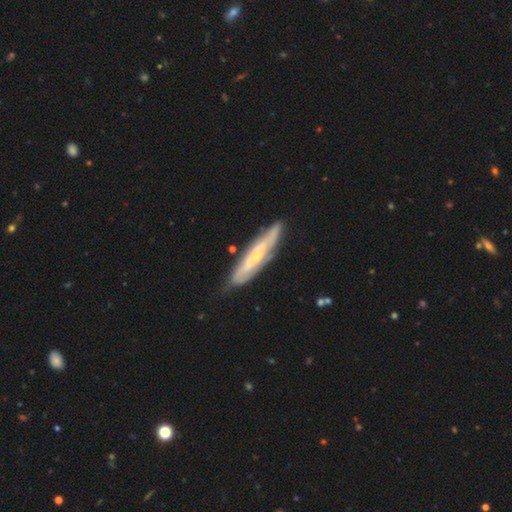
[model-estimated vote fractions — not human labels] Smooth or featured? featured or disk (65%)
Edge-on disk? yes (55%)
Merging? none (74%)